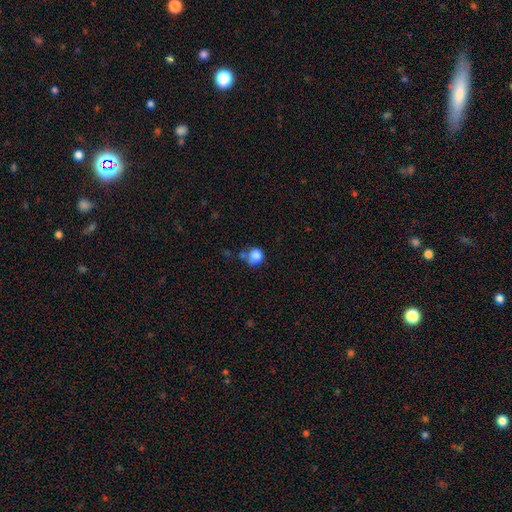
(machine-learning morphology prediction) Smooth or featured: smooth — 83% (star or artifact — 10%)
How rounded: round — 79% (in between — 20%)
Merging: none — 49% (minor disturbance — 25%)